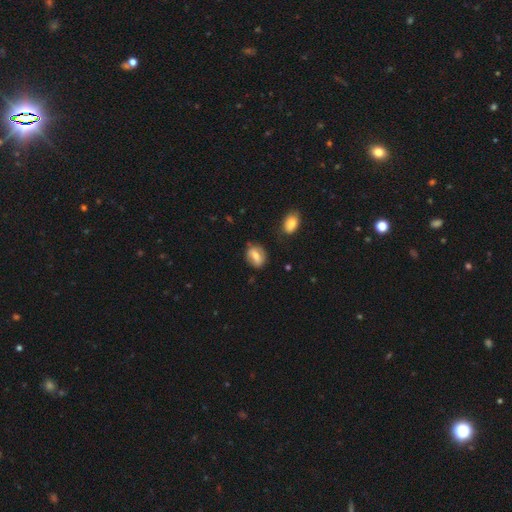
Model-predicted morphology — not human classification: smooth-or-featured: smooth: 61% | featured or disk: 30% | star or artifact: 8%
  how-rounded: in between: 67% | round: 30% | cigar-shaped: 3%
  merging: none: 73% | minor disturbance: 19% | major disturbance: 5% | merger: 3%